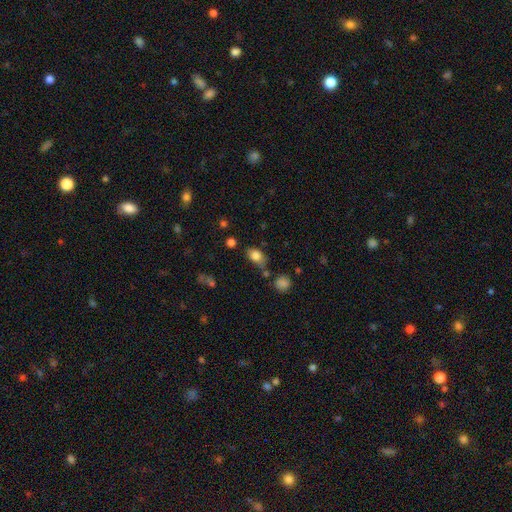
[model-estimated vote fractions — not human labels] A smooth galaxy with no disk features (82%) that is in between round and cigar-shaped (81%). Merging: none (61%).